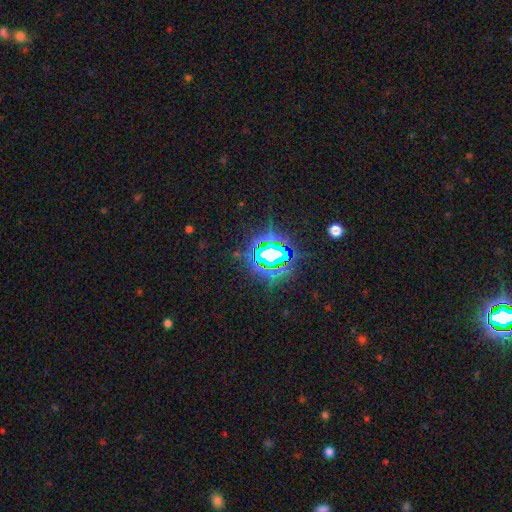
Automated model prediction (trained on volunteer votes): The model was most divided on "smooth or featured": star or artifact: 82%, smooth: 11%, featured or disk: 7%.